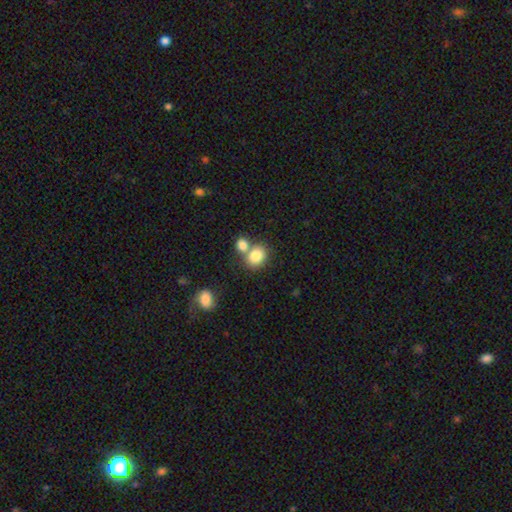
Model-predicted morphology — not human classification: A smooth galaxy with no disk features (83%) that is round (64%). Merging: none (46%).